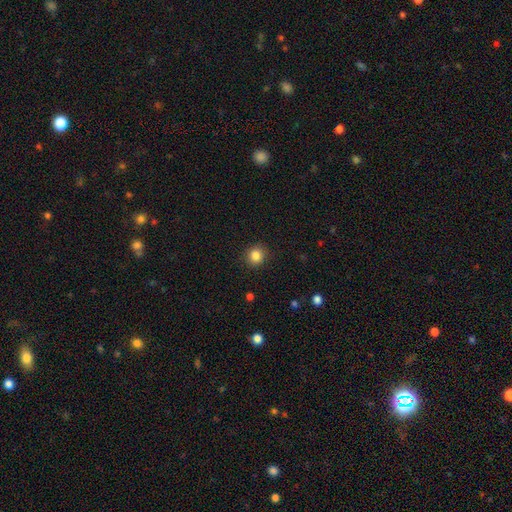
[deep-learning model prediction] Overall: smooth (84%). How rounded: round (86%). Merging: none (90%).